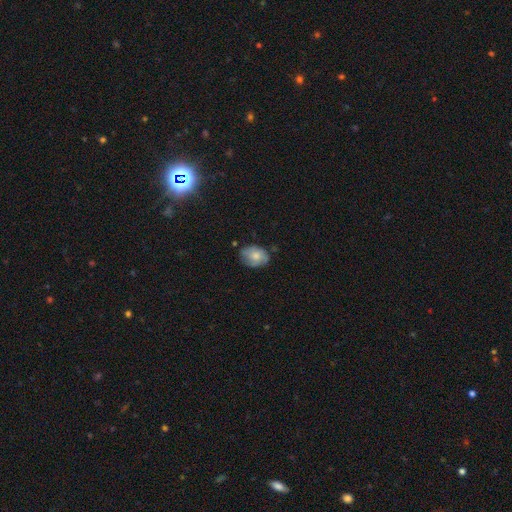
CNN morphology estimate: Smooth or featured?
  - smooth: 64% *
  - featured or disk: 28%
  - star or artifact: 8%
How rounded?
  - in between: 69% *
  - round: 30%
  - cigar-shaped: 1%
Merging?
  - none: 64% *
  - minor disturbance: 28%
  - major disturbance: 7%
  - merger: 2%